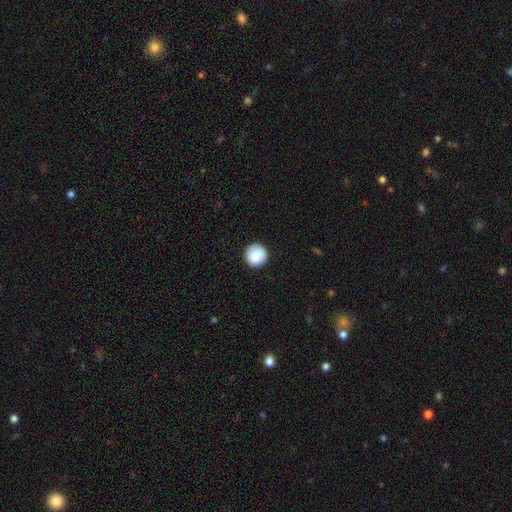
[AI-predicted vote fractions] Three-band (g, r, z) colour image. It shows a smooth galaxy with no disk features (88%) that is round (96%). Merging: none (89%).